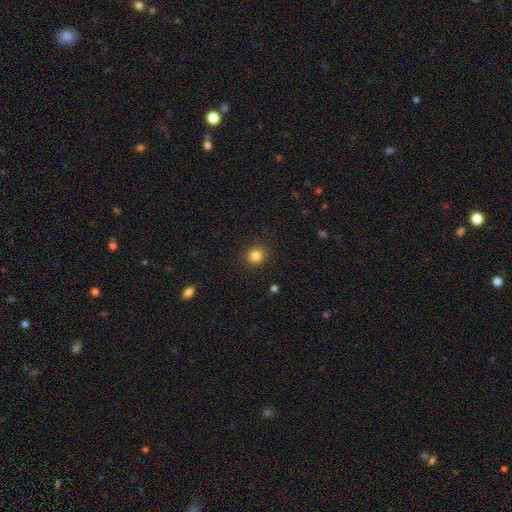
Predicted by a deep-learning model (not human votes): smooth-or-featured: smooth: 84% | star or artifact: 11% | featured or disk: 4%
  how-rounded: round: 89% | in between: 10% | cigar-shaped: 1%
  merging: none: 90% | minor disturbance: 7% | major disturbance: 2% | merger: 1%